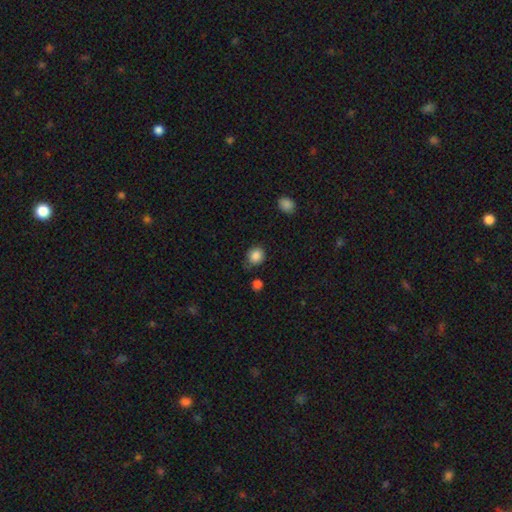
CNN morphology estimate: A smooth galaxy with no disk features (86%) that is round (74%).

Vote fractions:
- Smooth or featured? smooth: 86% / star or artifact: 10% / featured or disk: 4%
- How rounded? round: 74% / in between: 25% / cigar-shaped: 1%
- Merging? none: 72% / minor disturbance: 20% / major disturbance: 5% / merger: 3%